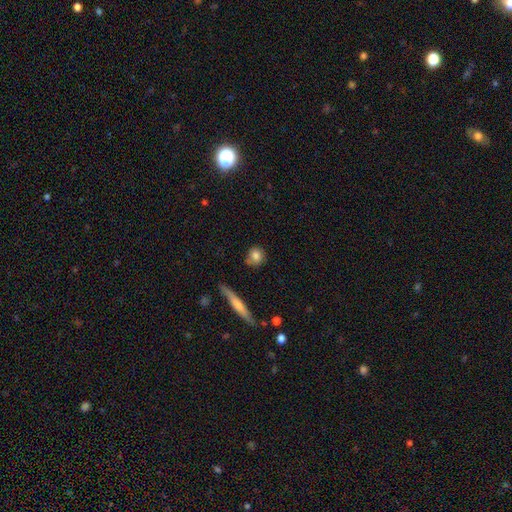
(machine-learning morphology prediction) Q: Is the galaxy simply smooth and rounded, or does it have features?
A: smooth — 80%.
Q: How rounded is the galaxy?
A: round — 78%.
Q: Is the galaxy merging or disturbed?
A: none — 73%.